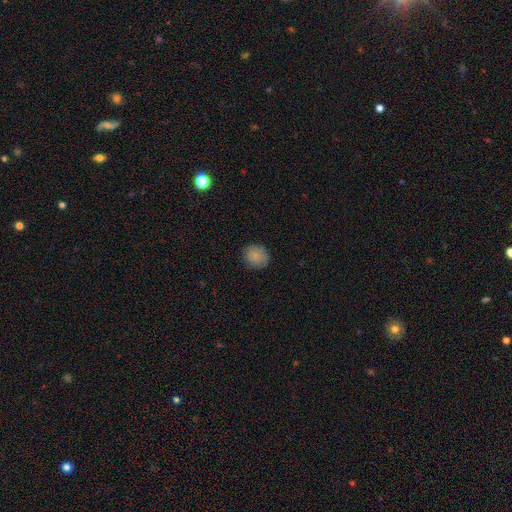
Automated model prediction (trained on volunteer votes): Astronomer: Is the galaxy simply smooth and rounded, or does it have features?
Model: smooth — 86%.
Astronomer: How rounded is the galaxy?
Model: round — 82%.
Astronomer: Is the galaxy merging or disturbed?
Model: none — 85%.